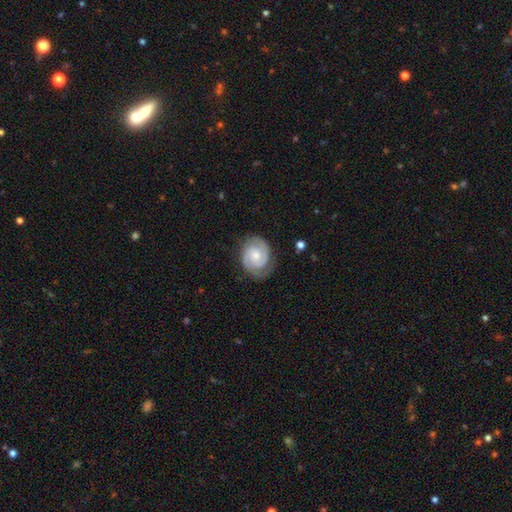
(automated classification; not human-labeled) This appears to be a featured or disk galaxy (79%) with no bar (65%), 2 (75%) tight (61%) spiral arms (96%) and a small central bulge (47%). Merging: none (70%).